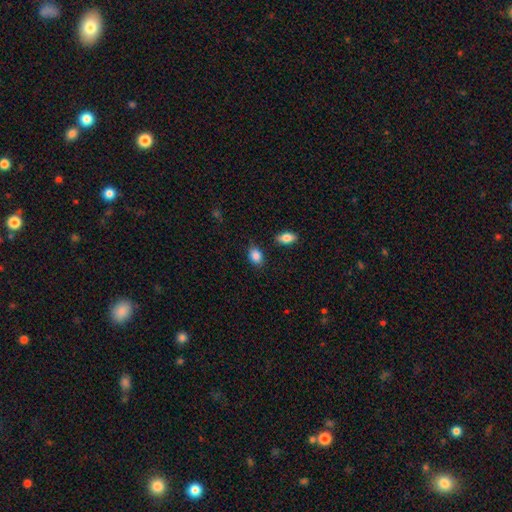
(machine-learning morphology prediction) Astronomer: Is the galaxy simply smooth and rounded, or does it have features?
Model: smooth — 87%.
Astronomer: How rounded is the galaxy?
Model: in between — 75%.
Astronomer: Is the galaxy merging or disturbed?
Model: none — 78%.